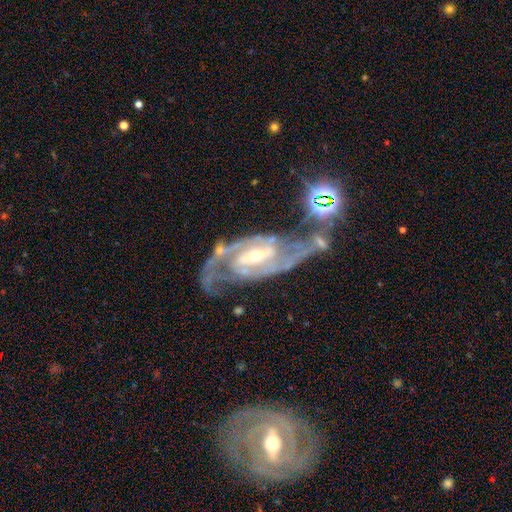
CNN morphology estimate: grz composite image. It shows a featured or disk galaxy (91%) with a strong bar (49%), 2 (84%) medium (54%) spiral arms (98%) and a small central bulge (55%). Merging: none (55%).